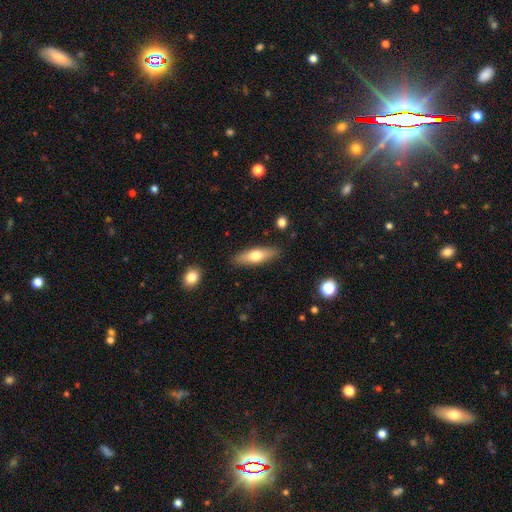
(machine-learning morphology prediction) smooth 64%, featured or disk 30%, star or artifact 6%. Down the decision tree: how rounded — cigar-shaped (51%); merging — none (87%).